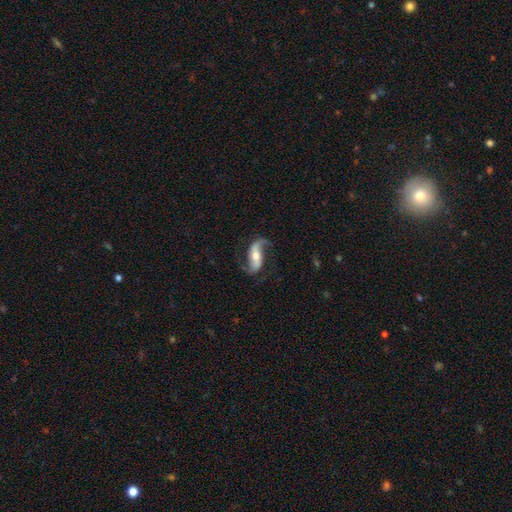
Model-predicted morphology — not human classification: smooth-or-featured: featured or disk: 83% | smooth: 11% | star or artifact: 6%
  disk-edge-on: no: 93% | yes: 7%
    bar: strong: 38% | no: 32% | weak: 30%
    has-spiral-arms: yes: 95% | no: 5%
      spiral-winding: loose: 68% | medium: 24% | tight: 7%
      spiral-arm-count: 2: 89% | 1: 6% | can't tell: 2% | 3: 1% | 4: 1% | more than 4: 1%
    bulge-size: moderate: 60% | small: 29% | large: 8% | none: 2% | dominant: 2%
  merging: none: 73% | minor disturbance: 15% | major disturbance: 11% | merger: 2%